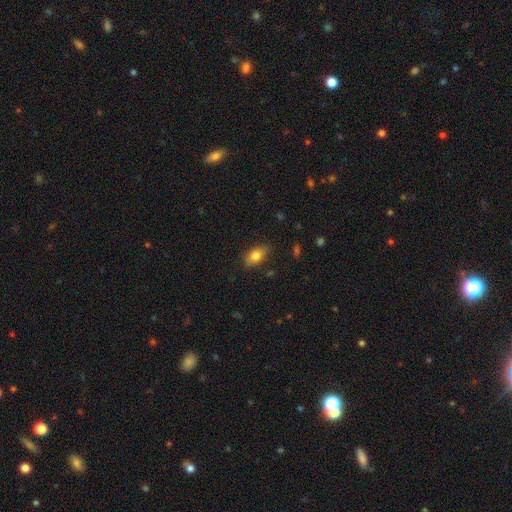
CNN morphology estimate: This is likely a smooth galaxy (79%). How rounded: clearly in between (85%). Merging: clearly none (80%).